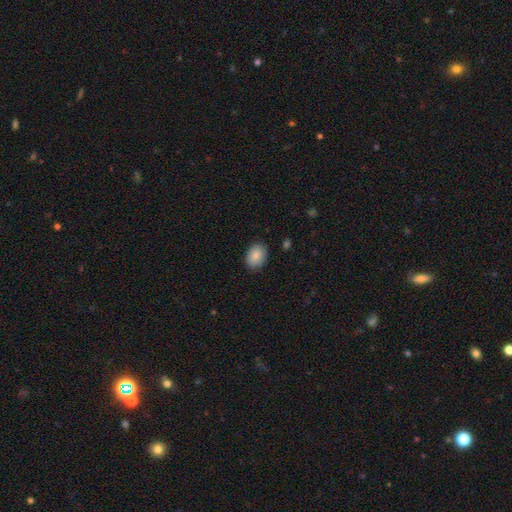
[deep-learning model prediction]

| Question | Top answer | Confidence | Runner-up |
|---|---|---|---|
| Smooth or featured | smooth | 87% | star or artifact (7%) |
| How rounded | in between | 72% | round (27%) |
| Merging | none | 87% | minor disturbance (10%) |